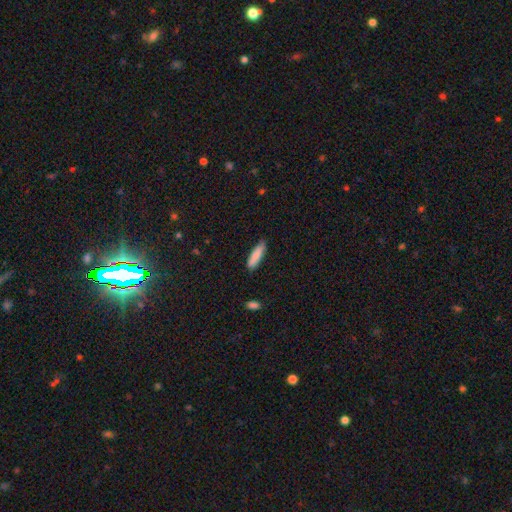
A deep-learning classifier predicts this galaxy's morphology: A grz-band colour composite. It shows a smooth galaxy with no disk features (84%) that is cigar-shaped (67%). Merging: none (81%).